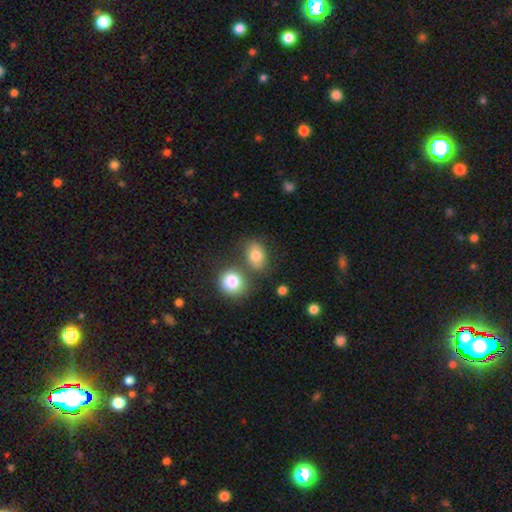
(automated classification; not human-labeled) This appears to be a smooth galaxy with no disk features (79%) that is in between round and cigar-shaped (63%). Merging: none (64%).